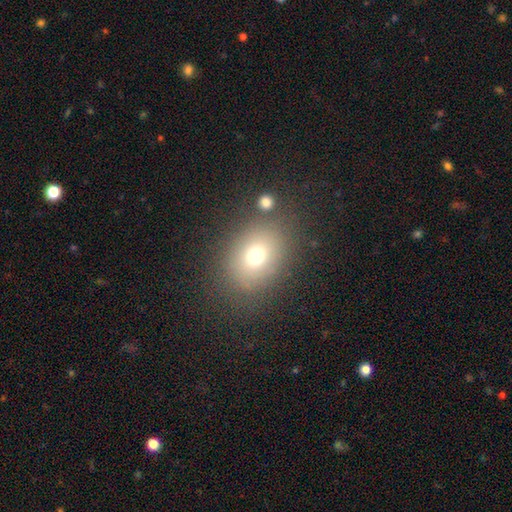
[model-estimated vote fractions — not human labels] A smooth galaxy with no disk features (71%) that is in between round and cigar-shaped (61%). Merging: none (78%).